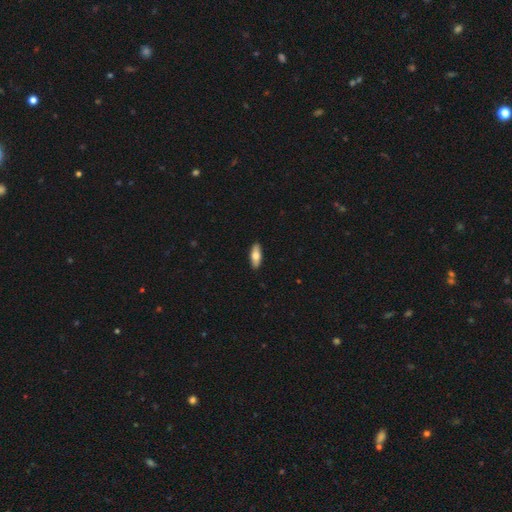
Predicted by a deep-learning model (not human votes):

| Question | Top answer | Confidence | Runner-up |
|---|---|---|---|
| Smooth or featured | smooth | 68% | featured or disk (26%) |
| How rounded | in between | 67% | cigar-shaped (31%) |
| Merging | none | 91% | minor disturbance (7%) |